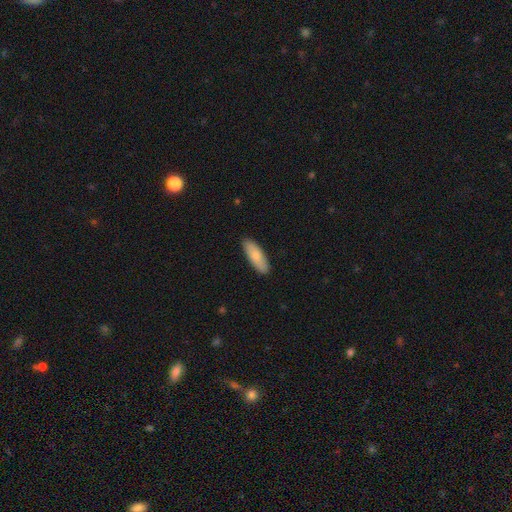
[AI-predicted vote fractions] smooth_or_featured: smooth (p=0.81) [alt: featured or disk p=0.13]
how_rounded: in between (p=0.59) [alt: cigar-shaped p=0.39]
merging: none (p=0.88) [alt: minor disturbance p=0.09]